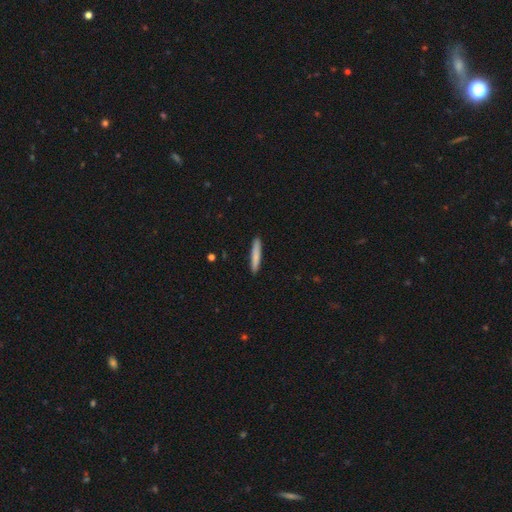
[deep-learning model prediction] Overall: smooth (80%). How rounded: cigar-shaped (94%). Merging: none (91%).